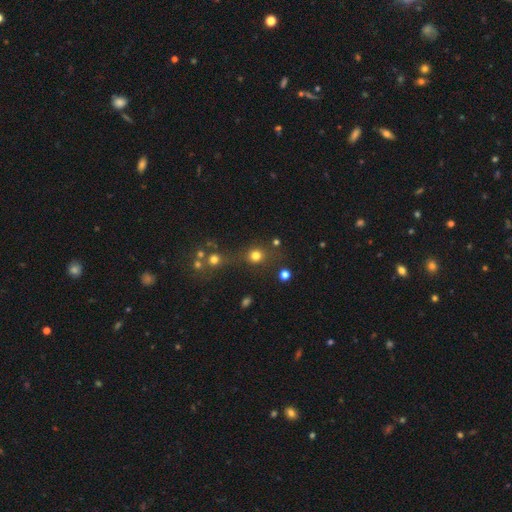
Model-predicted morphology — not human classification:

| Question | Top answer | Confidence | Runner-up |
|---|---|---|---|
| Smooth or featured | smooth | 73% | star or artifact (19%) |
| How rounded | round | 87% | in between (12%) |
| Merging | none | 66% | merger (18%) |